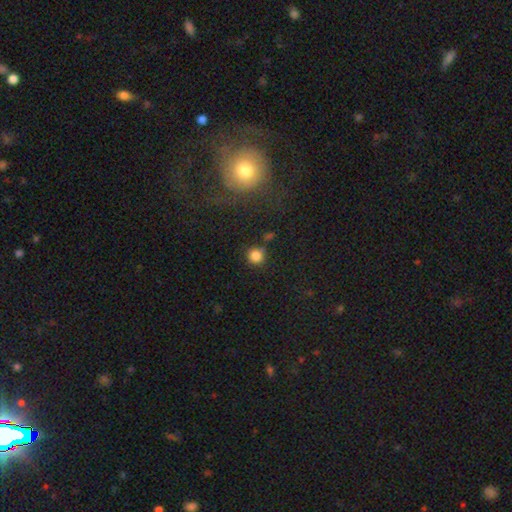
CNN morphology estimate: type=smooth (83%); roundness=round (92%); merging=none (76%).